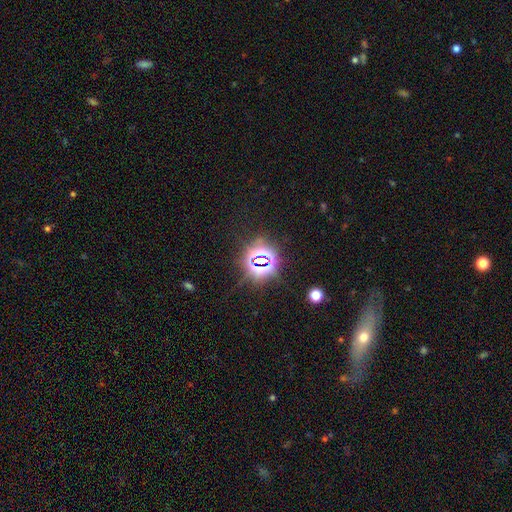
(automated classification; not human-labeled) Smooth or featured? Predicted: star or artifact (p=0.80).